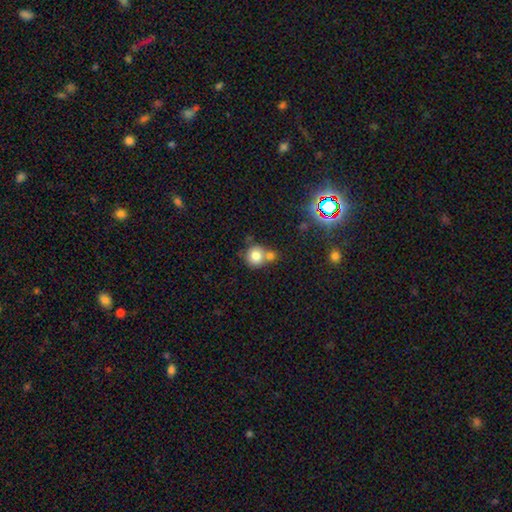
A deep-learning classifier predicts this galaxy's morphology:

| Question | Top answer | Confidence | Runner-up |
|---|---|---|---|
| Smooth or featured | smooth | 77% | featured or disk (11%) |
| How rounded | round | 87% | in between (12%) |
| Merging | none | 47% | merger (40%) |